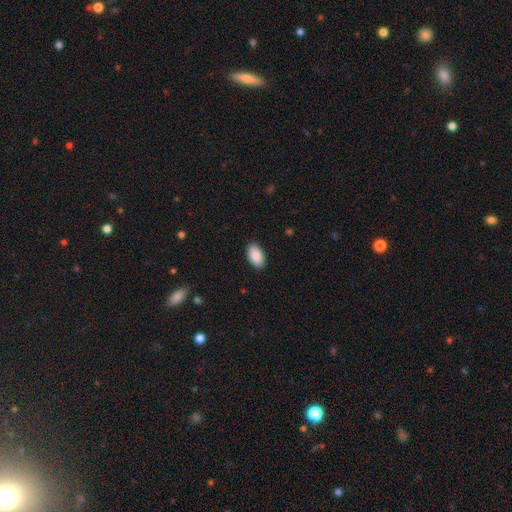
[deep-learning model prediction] Q: Smooth or featured?
A: smooth (90%); runner-up: star or artifact (6%)
Q: How rounded?
A: in between (95%); runner-up: round (3%)
Q: Merging?
A: none (89%); runner-up: minor disturbance (8%)